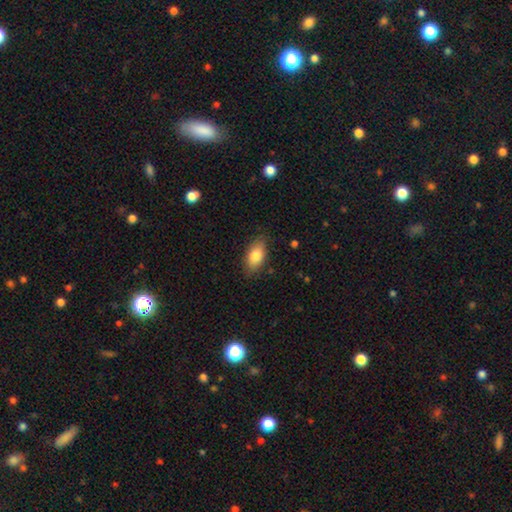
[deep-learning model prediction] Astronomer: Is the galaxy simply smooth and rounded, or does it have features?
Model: smooth — 82%.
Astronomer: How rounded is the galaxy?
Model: in between — 91%.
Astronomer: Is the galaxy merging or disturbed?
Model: none — 82%.